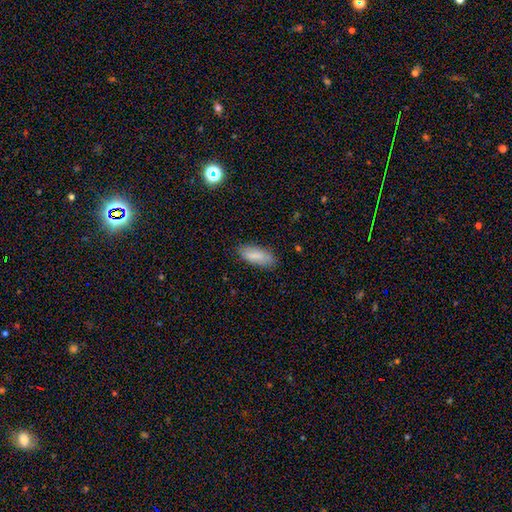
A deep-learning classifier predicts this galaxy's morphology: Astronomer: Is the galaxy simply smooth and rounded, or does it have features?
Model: smooth — 80%.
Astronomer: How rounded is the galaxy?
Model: in between — 77%.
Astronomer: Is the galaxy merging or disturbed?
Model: none — 79%.